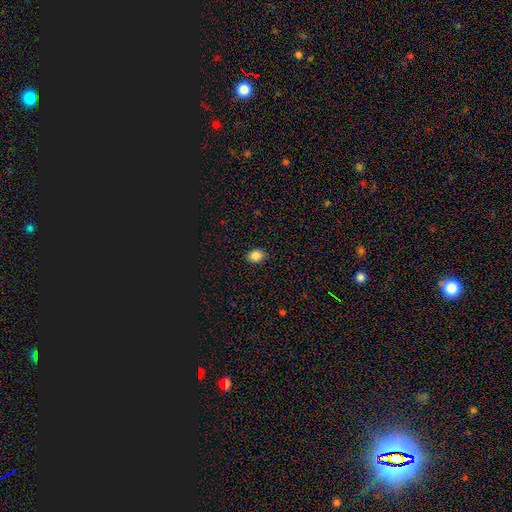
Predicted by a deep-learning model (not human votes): This appears to be a smooth galaxy with no disk features (86%) that is round (52%). Merging: none (89%).